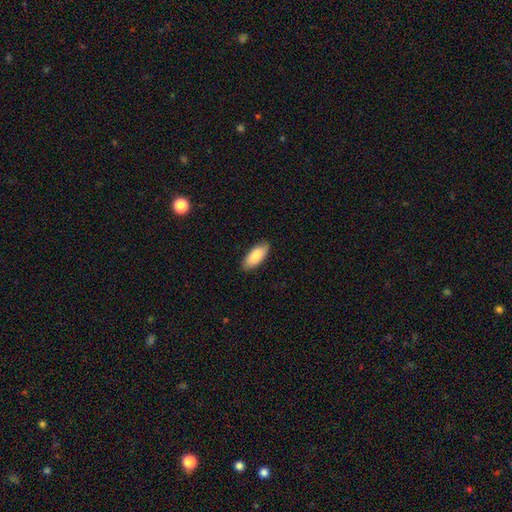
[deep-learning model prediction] smooth-or-featured: smooth: 84% | featured or disk: 10% | star or artifact: 6%
  how-rounded: in between: 87% | cigar-shaped: 11% | round: 2%
  merging: none: 85% | minor disturbance: 12% | major disturbance: 2% | merger: 1%